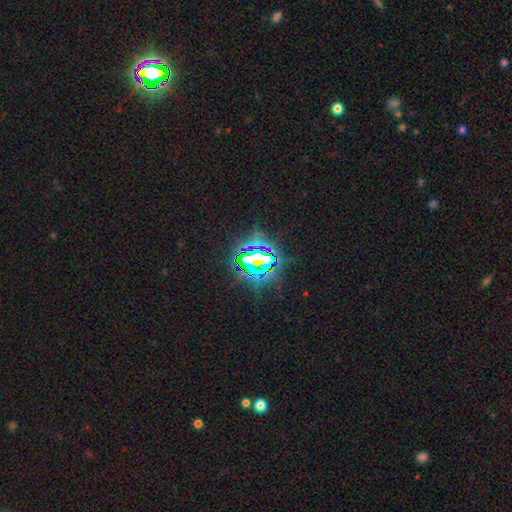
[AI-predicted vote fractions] Smooth or featured? star or artifact (80%)